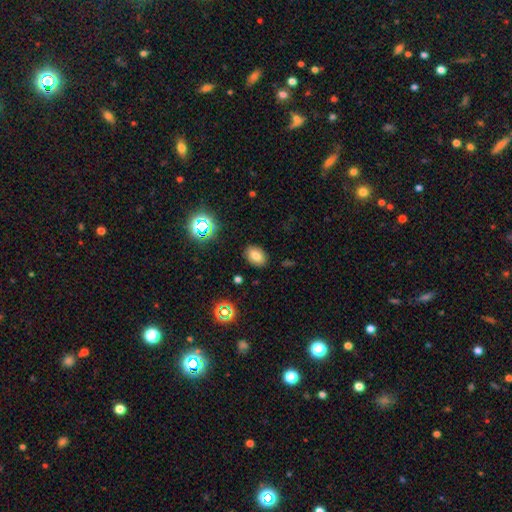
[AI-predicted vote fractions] This appears to be a smooth galaxy with no disk features (73%) that is in between round and cigar-shaped (83%). Merging: none (87%).